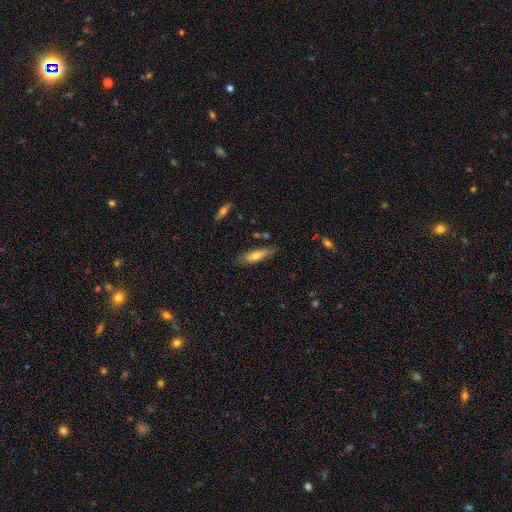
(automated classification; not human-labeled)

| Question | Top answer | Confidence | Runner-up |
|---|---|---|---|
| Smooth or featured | smooth | 71% | featured or disk (23%) |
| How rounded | cigar-shaped | 60% | in between (38%) |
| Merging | none | 79% | minor disturbance (16%) |